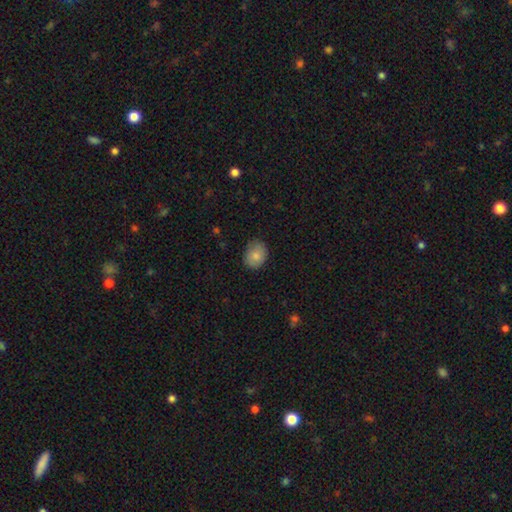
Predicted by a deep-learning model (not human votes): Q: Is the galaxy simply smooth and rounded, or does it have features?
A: smooth — 83%.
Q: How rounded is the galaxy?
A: round — 53%.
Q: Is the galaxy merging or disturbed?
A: none — 75%.